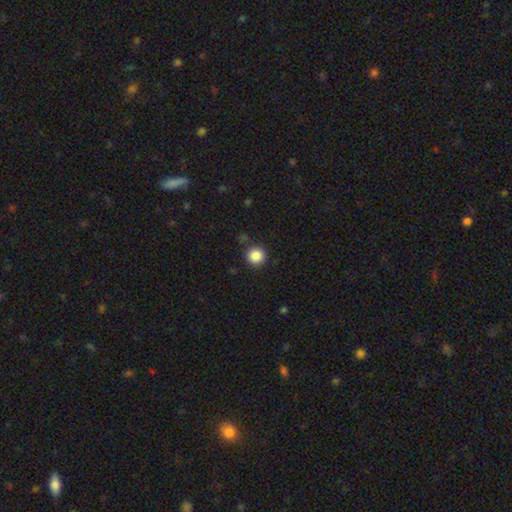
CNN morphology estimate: smooth_or_featured: smooth (p=0.87) [alt: star or artifact p=0.10]
how_rounded: round (p=0.95) [alt: in between p=0.04]
merging: none (p=0.87) [alt: minor disturbance p=0.08]